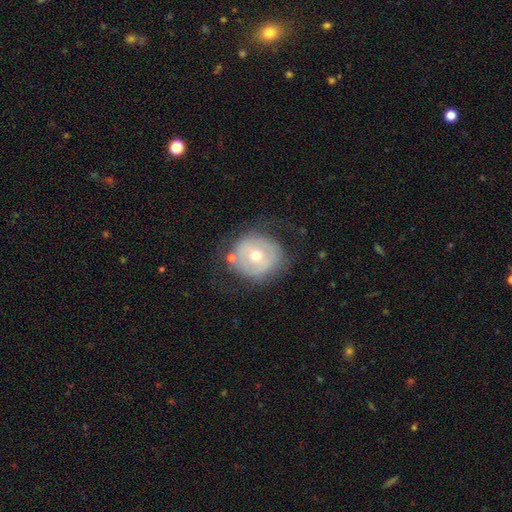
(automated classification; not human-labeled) The model was most divided on "smooth or featured": featured or disk: 52%, smooth: 39%, star or artifact: 8%. More confident: edge-on disk — no (95%); merging — none (64%).